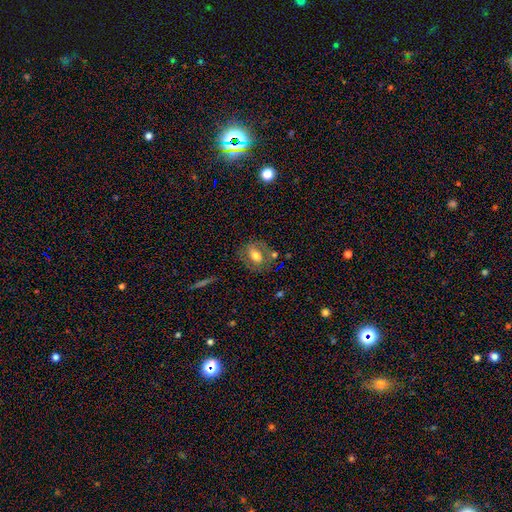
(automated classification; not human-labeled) This appears to be a smooth galaxy with no disk features (52%) that is in between round and cigar-shaped (66%). Merging: none (65%).